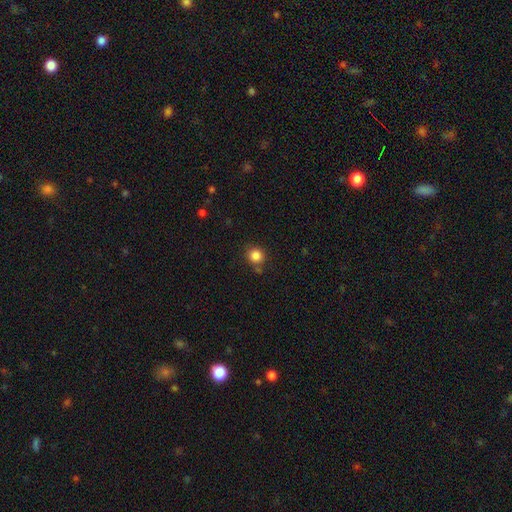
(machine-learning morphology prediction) Smooth or featured? Predicted: smooth (p=0.85). How rounded? Predicted: round (p=0.88). Merging? Predicted: none (p=0.79).